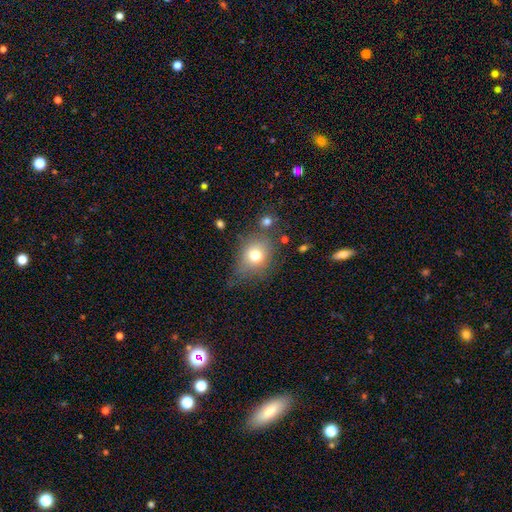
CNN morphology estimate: A smooth galaxy with no disk features (72%) that is round (62%).

Vote fractions:
- Smooth or featured? smooth: 72% / featured or disk: 15% / star or artifact: 13%
- How rounded? round: 62% / in between: 37% / cigar-shaped: 1%
- Merging? none: 58% / minor disturbance: 24% / major disturbance: 11% / merger: 6%